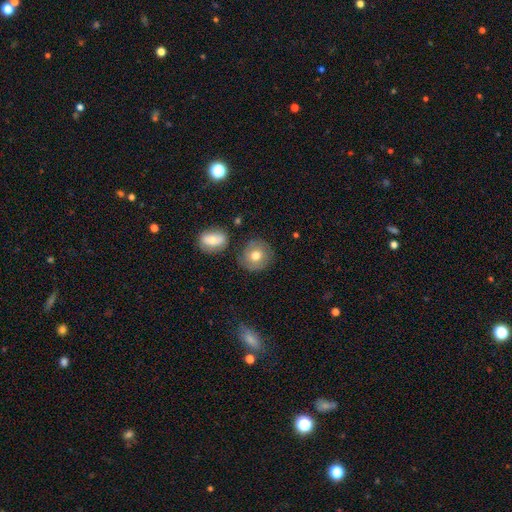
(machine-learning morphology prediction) Overall: smooth (60%; featured or disk 31%). How rounded: round (88%). Merging: none (78%).